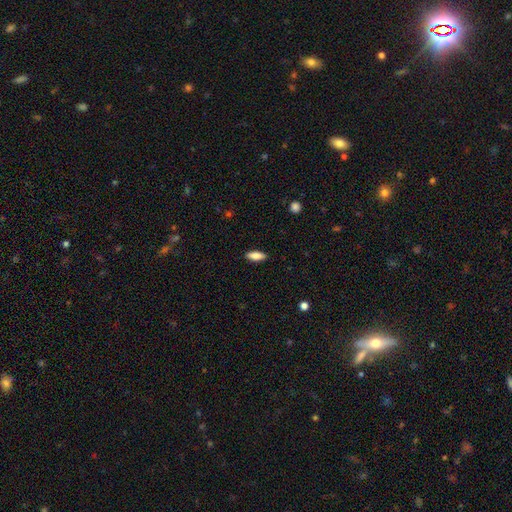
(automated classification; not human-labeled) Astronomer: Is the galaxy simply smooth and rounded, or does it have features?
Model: smooth — 83%.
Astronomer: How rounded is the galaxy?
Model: in between — 68%.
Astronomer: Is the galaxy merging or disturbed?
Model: none — 89%.